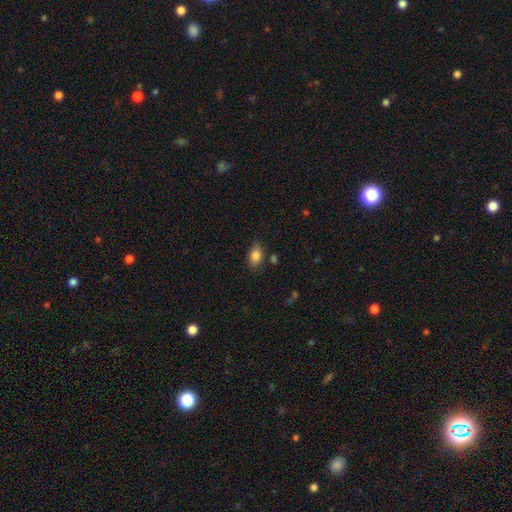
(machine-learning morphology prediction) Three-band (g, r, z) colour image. It shows a smooth galaxy with no disk features (85%) that is in between round and cigar-shaped (85%). Merging: none (78%).